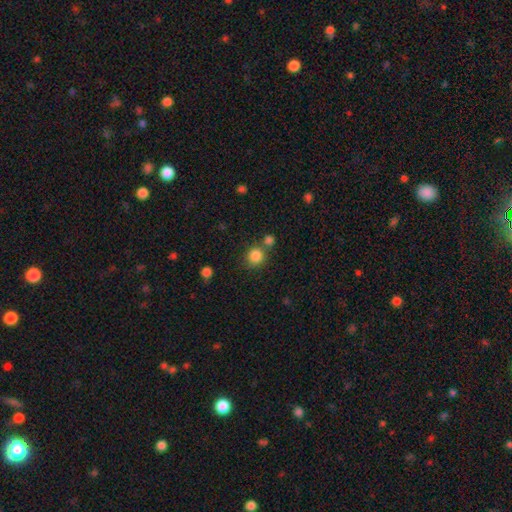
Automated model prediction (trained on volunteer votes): A smooth galaxy with no disk features (84%) that is round (89%). Merging: none (69%).